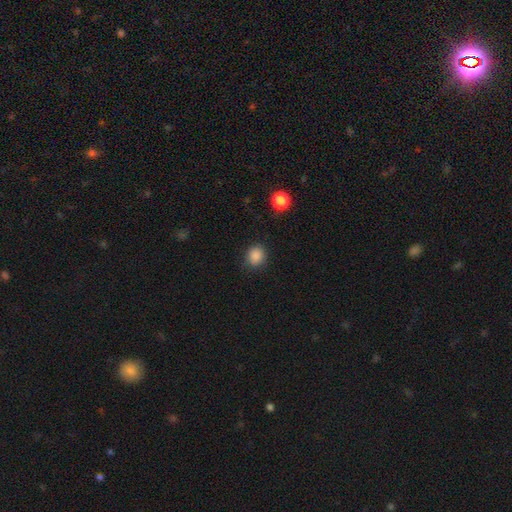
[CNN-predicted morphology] Overall: smooth (86%). How rounded: round (76%). Merging: none (85%).